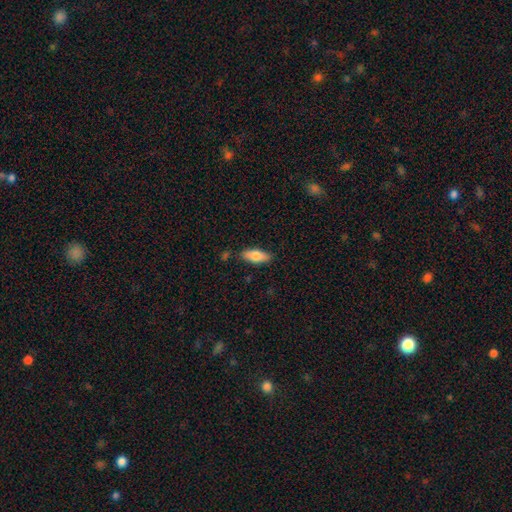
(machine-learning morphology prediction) smooth 77%, featured or disk 17%, star or artifact 6%. Down the decision tree: how rounded — in between (76%); merging — none (84%).